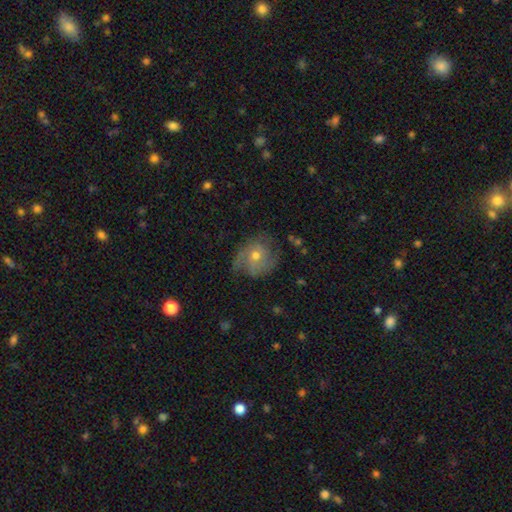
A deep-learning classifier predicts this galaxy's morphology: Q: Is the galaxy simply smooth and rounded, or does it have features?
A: featured or disk — 61%.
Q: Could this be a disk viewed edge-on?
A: no — 97%.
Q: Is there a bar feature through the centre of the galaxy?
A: no — 82%.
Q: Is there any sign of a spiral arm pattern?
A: yes — 83%.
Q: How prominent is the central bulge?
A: moderate — 57%.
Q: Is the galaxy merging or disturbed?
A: none — 60%.